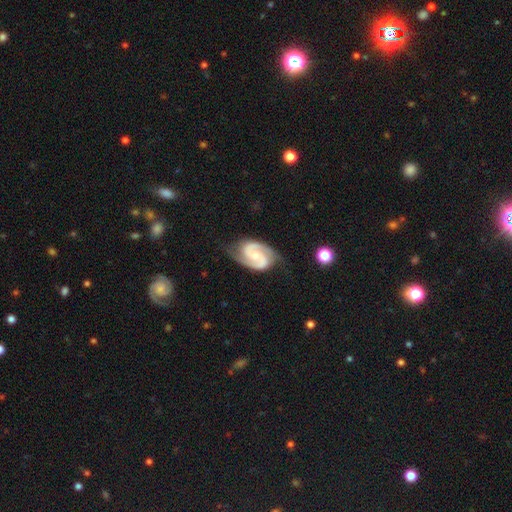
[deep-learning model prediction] A featured or disk galaxy (91%) with no bar (47%), 2 (94%) medium (53%) spiral arms (98%) and a small central bulge (58%).

Vote fractions:
- Smooth or featured? featured or disk: 91% / smooth: 5% / star or artifact: 4%
- Edge-on disk? no: 98% / yes: 2%
- Bar? no: 47% / weak: 39% / strong: 14%
- Spiral arms? yes: 98% / no: 2%
- Spiral winding? medium: 53% / tight: 35% / loose: 11%
- Spiral arm count? 2: 94% / can't tell: 2% / 3: 1% / 1: 1% / 4: 1% / more than 4: 1%
- Bulge size? small: 58% / moderate: 30% / none: 9% / large: 2% / dominant: 1%
- Merging? none: 77% / minor disturbance: 17% / major disturbance: 5% / merger: 1%